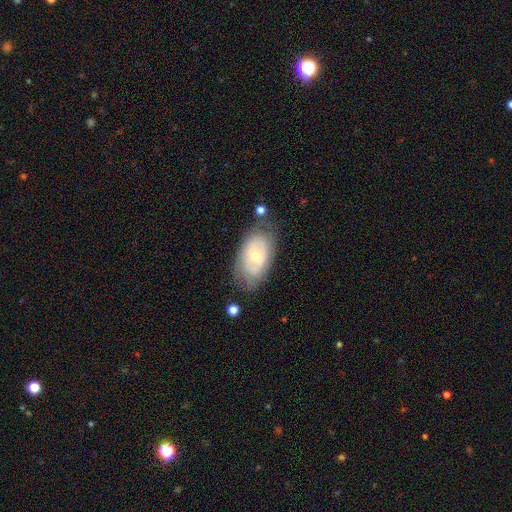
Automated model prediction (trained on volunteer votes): Overall: featured or disk (55%; smooth 39%). Edge-on disk: no (92%). Bar: no (76%). Spiral arms: no (52%; yes 48%). Bulge size: moderate (69%). Merging: none (67%).